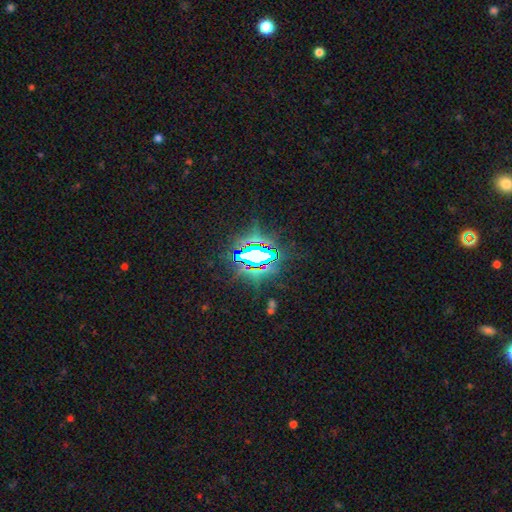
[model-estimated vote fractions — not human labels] A star or artifact, not a galaxy (79%).

Vote fractions:
- Smooth or featured? star or artifact: 79% / smooth: 11% / featured or disk: 10%